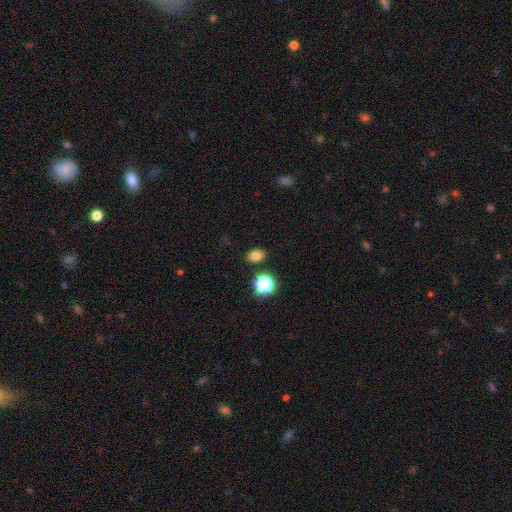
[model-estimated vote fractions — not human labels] smooth_or_featured: smooth (p=0.79) [alt: star or artifact p=0.16]
how_rounded: in between (p=0.62) [alt: round p=0.37]
merging: none (p=0.85) [alt: minor disturbance p=0.09]